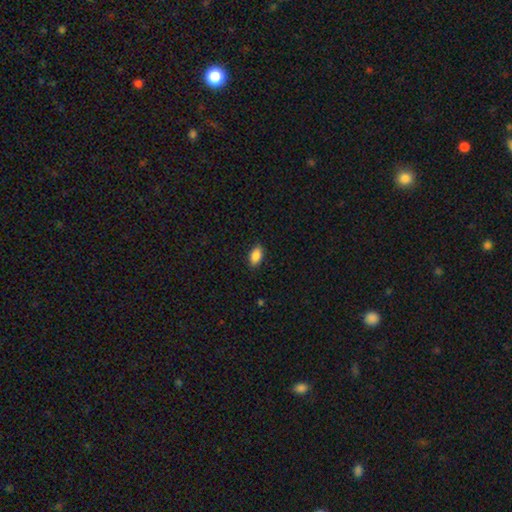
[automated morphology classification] The model was most divided on "merging": none: 88%, minor disturbance: 9%, major disturbance: 2%, merger: 1%. More confident: how rounded — in between (92%); smooth or featured — smooth (88%).